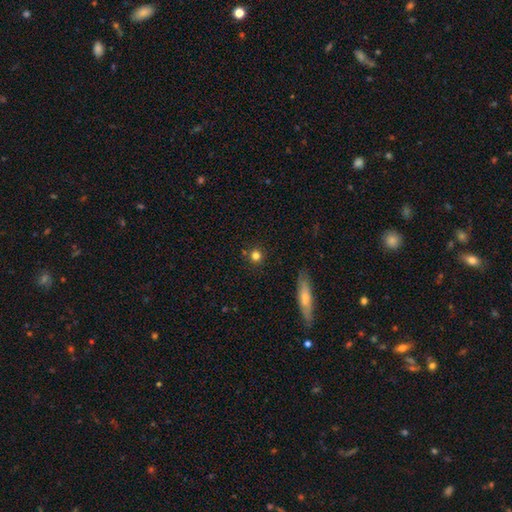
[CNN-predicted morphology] The model was most divided on "smooth or featured": smooth: 78%, star or artifact: 14%, featured or disk: 8%. More confident: how rounded — round (92%); merging — none (85%).